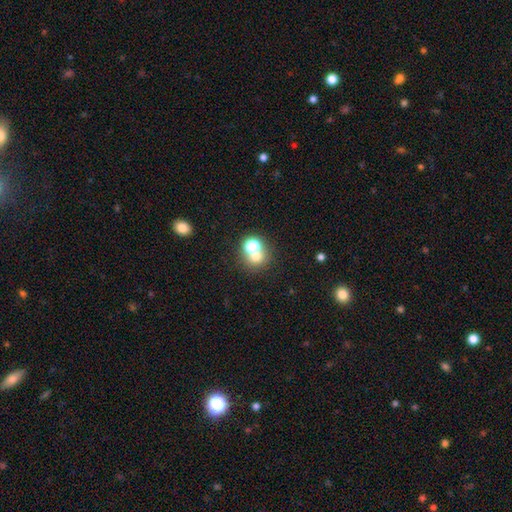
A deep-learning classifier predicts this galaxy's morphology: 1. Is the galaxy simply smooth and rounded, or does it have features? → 65% smooth, 21% star or artifact, 13% featured or disk.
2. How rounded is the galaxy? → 82% round, 17% in between, 1% cigar-shaped.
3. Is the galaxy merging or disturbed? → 49% none, 40% merger, 7% minor disturbance, 4% major disturbance.